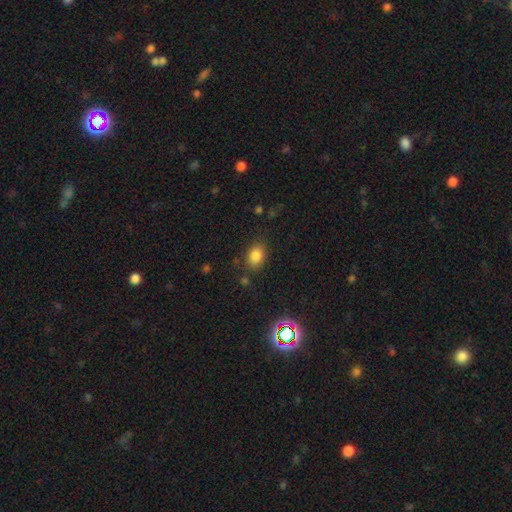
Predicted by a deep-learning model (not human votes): Smooth or featured?
  - smooth: 82% *
  - star or artifact: 11%
  - featured or disk: 6%
How rounded?
  - in between: 73% *
  - round: 26%
  - cigar-shaped: 1%
Merging?
  - none: 79% *
  - minor disturbance: 14%
  - major disturbance: 4%
  - merger: 3%